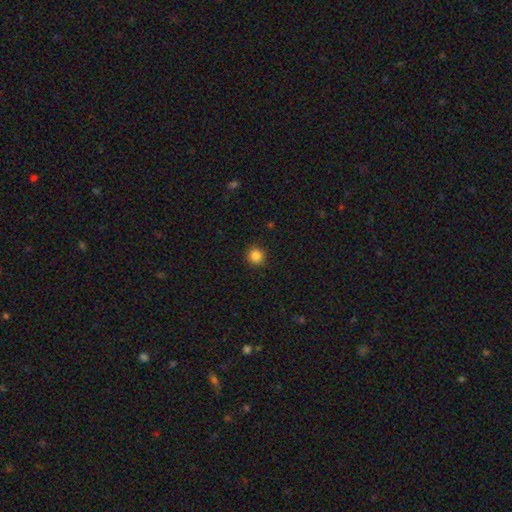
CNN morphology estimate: A smooth galaxy with no disk features (85%) that is round (92%). Merging: none (91%).